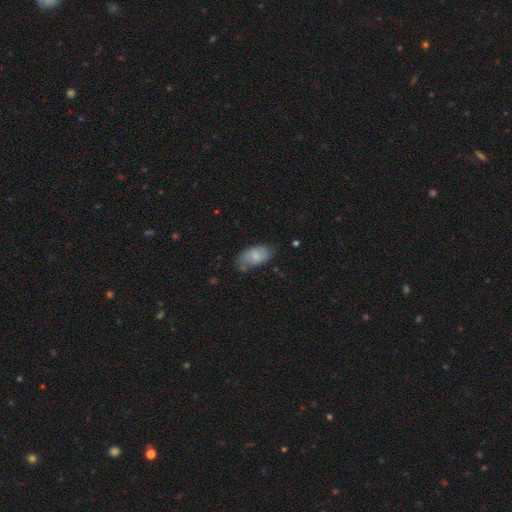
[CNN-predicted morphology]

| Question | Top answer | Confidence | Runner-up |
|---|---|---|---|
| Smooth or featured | smooth | 68% | featured or disk (25%) |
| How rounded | in between | 93% | round (4%) |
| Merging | none | 57% | minor disturbance (31%) |